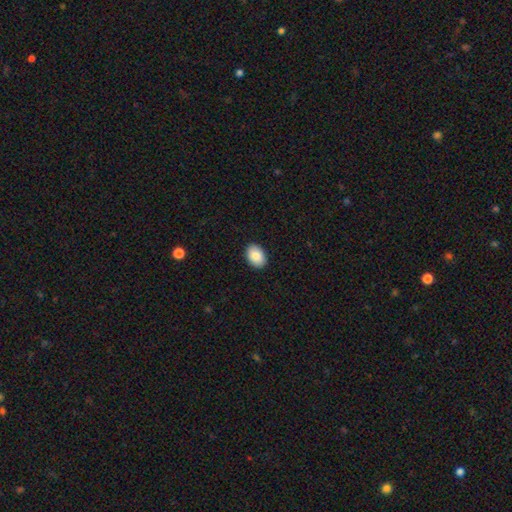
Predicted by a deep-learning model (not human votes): Smooth or featured?
  - smooth: 87% *
  - star or artifact: 7%
  - featured or disk: 6%
How rounded?
  - in between: 83% *
  - round: 16%
  - cigar-shaped: 1%
Merging?
  - none: 91% *
  - minor disturbance: 7%
  - major disturbance: 2%
  - merger: 1%